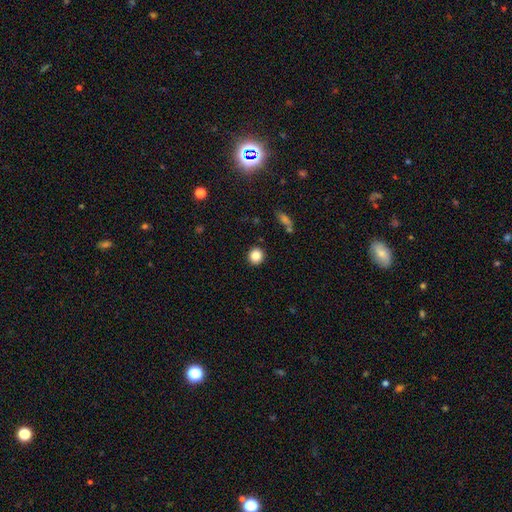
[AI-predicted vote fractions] Smooth or featured?
  - smooth: 85% *
  - star or artifact: 10%
  - featured or disk: 5%
How rounded?
  - round: 90% *
  - in between: 9%
  - cigar-shaped: 1%
Merging?
  - none: 91% *
  - minor disturbance: 6%
  - major disturbance: 2%
  - merger: 2%